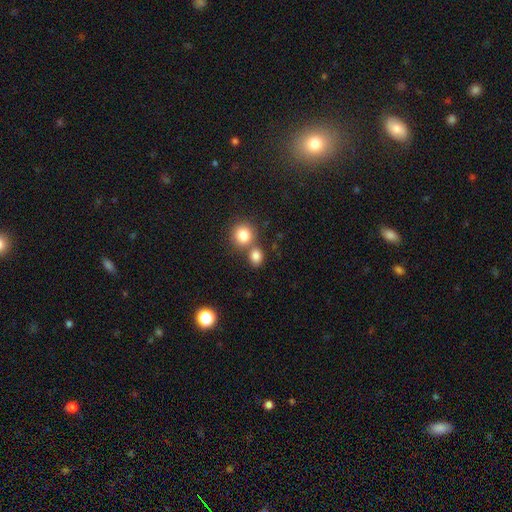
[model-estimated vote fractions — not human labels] This is clearly a smooth galaxy (82%). How rounded: likely round (63%). Merging: possibly none (53%).